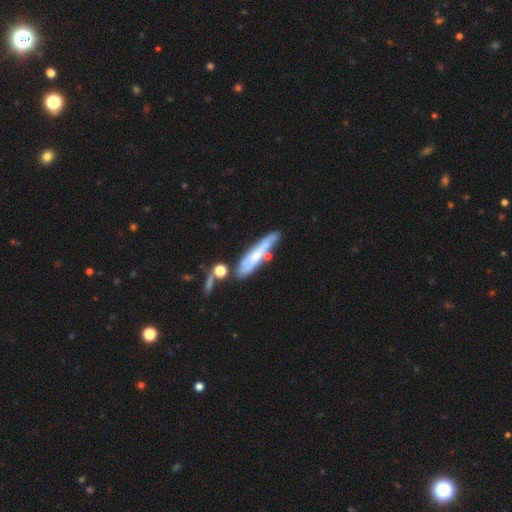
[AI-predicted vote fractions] This is possibly a featured or disk galaxy (51%). It is possibly viewed edge-on (60%). Merging: possibly none (57%).